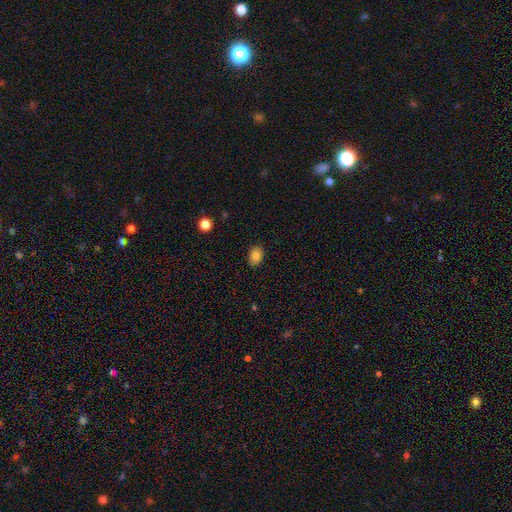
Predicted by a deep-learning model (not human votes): Overall: smooth (82%). How rounded: in between (70%). Merging: none (85%).